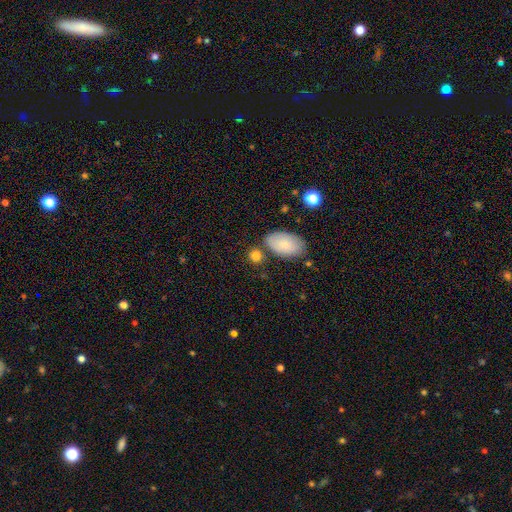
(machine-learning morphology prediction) The model was most divided on "how rounded": round: 57%, in between: 40%, cigar-shaped: 2%. More confident: smooth or featured — smooth (84%); merging — none (70%).